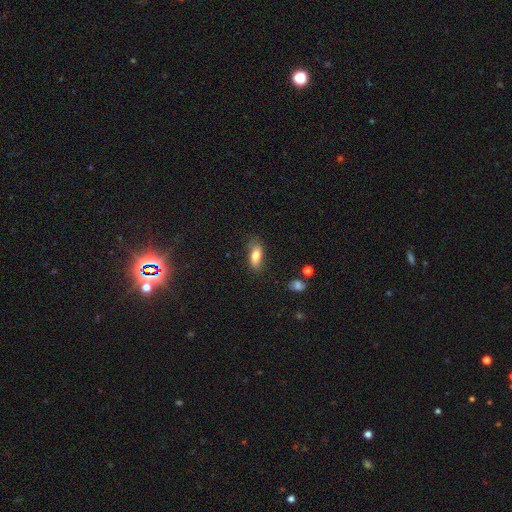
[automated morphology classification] smooth-or-featured: smooth: 78% | featured or disk: 14% | star or artifact: 8%
  how-rounded: in between: 78% | cigar-shaped: 19% | round: 4%
  merging: none: 73% | minor disturbance: 20% | major disturbance: 5% | merger: 2%